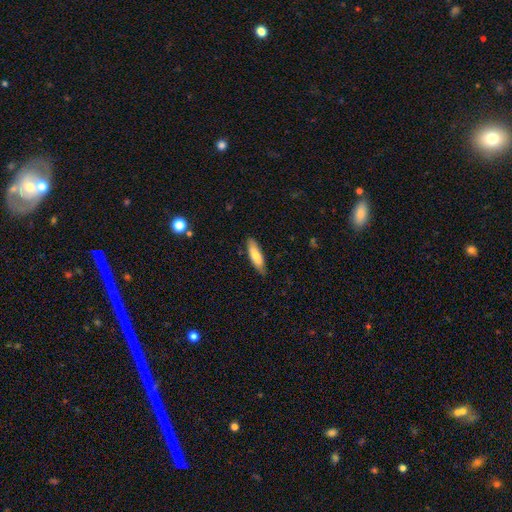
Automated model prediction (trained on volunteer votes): The model was most divided on "how rounded": cigar-shaped: 56%, in between: 42%, round: 2%. More confident: merging — none (82%); smooth or featured — smooth (75%).